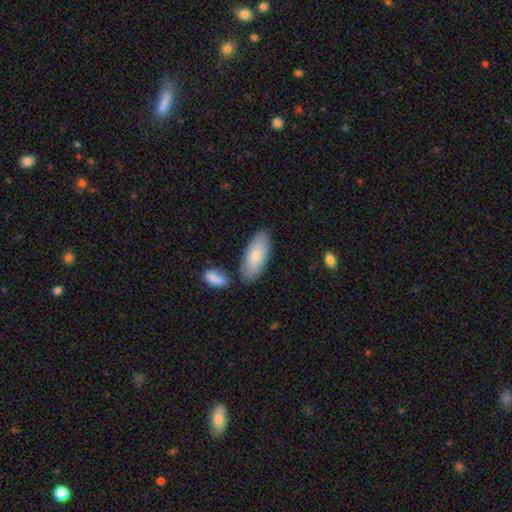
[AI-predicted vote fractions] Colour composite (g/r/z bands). It shows a smooth galaxy with no disk features (78%) that is in between round and cigar-shaped (85%). Merging: none (74%).